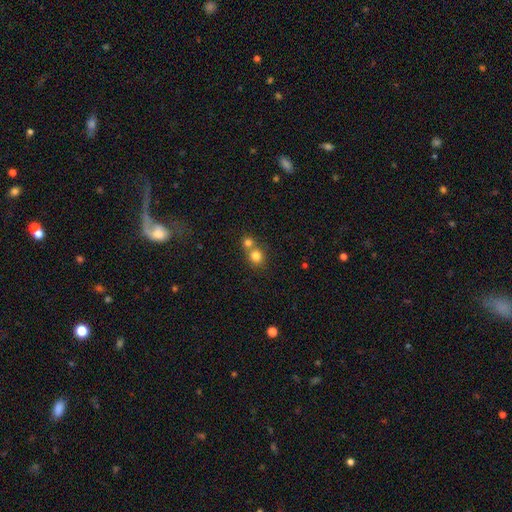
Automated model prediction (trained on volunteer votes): This is clearly a smooth galaxy (80%). How rounded: clearly round (85%). Merging: possibly none (47%).